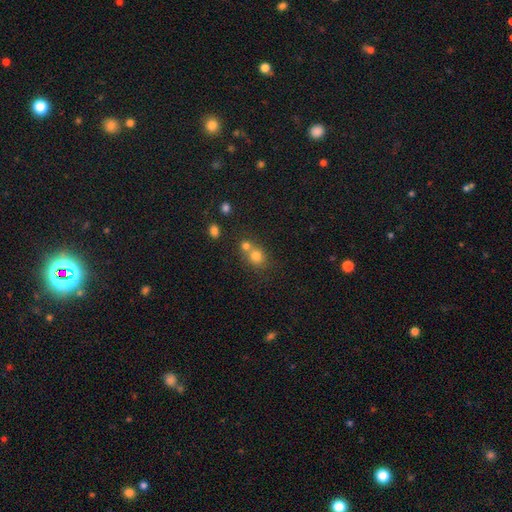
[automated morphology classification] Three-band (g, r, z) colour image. It shows a smooth galaxy with no disk features (78%) that is round (78%). Merging: merger (48%).